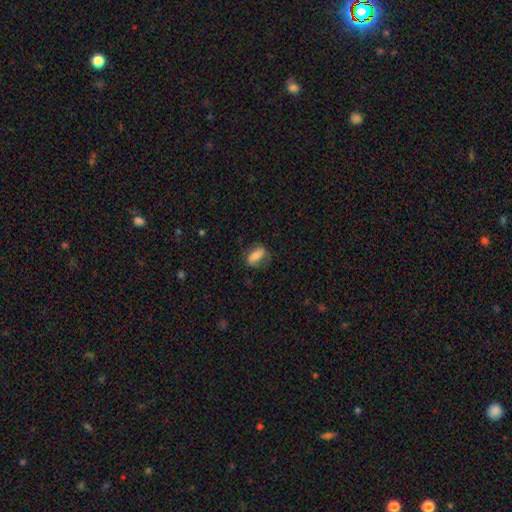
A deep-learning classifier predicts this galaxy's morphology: smooth 68%, featured or disk 24%, star or artifact 8%. Down the decision tree: how rounded — in between (80%); merging — none (66%).